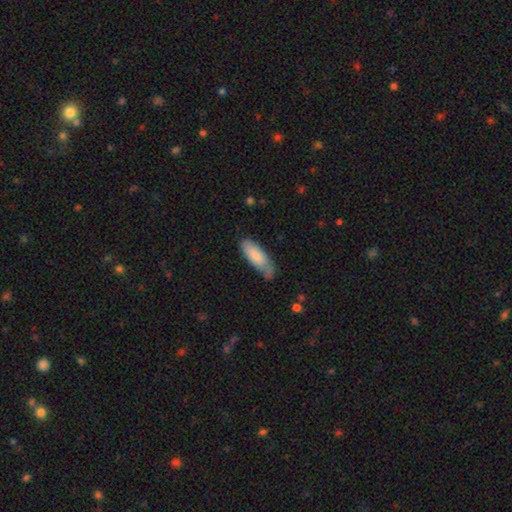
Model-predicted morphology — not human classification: smooth_or_featured: smooth (p=0.80) [alt: featured or disk p=0.14]
how_rounded: in between (p=0.65) [alt: cigar-shaped p=0.34]
merging: none (p=0.55) [alt: minor disturbance p=0.34]